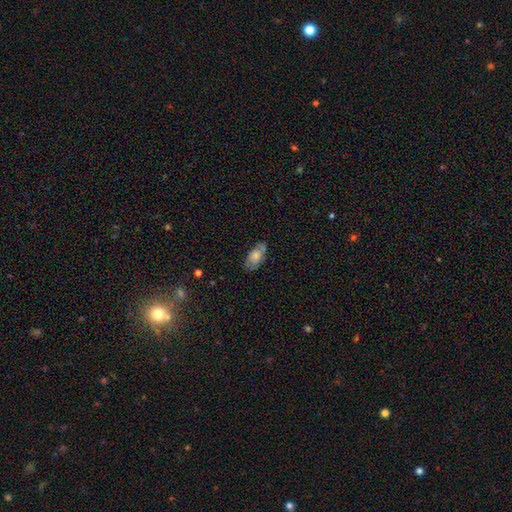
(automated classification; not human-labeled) Smooth or featured?
  - smooth: 67% *
  - featured or disk: 26%
  - star or artifact: 7%
How rounded?
  - in between: 91% *
  - cigar-shaped: 6%
  - round: 3%
Merging?
  - none: 66% *
  - minor disturbance: 25%
  - major disturbance: 6%
  - merger: 3%